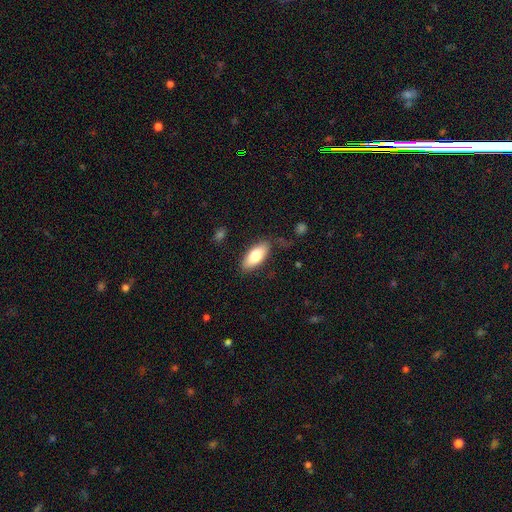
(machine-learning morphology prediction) Smooth or featured: smooth — 77% (featured or disk — 17%)
How rounded: in between — 84% (cigar-shaped — 14%)
Merging: none — 82% (minor disturbance — 13%)